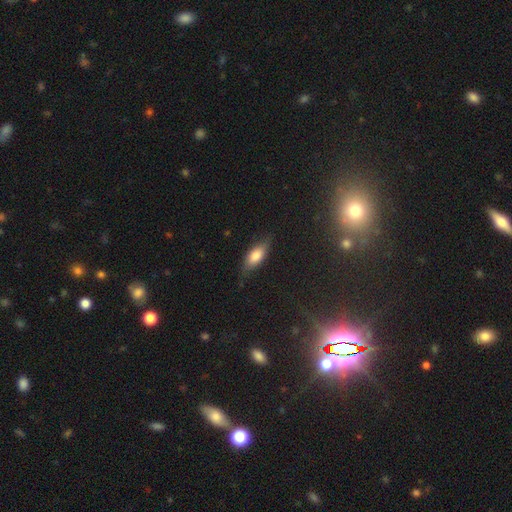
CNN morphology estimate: Overall: smooth (75%). How rounded: in between (78%). Merging: none (74%).